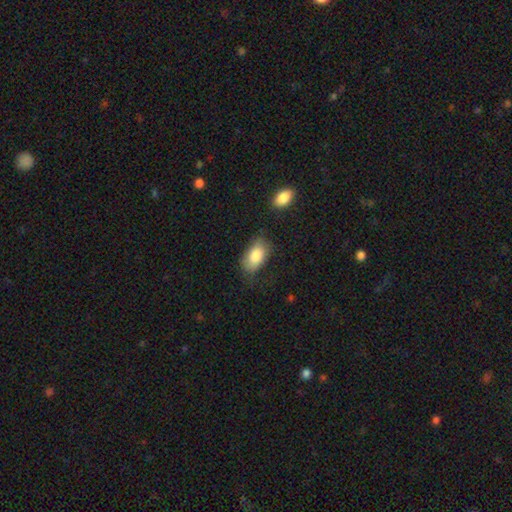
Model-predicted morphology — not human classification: smooth 84%, featured or disk 9%, star or artifact 7%. Down the decision tree: how rounded — in between (92%); merging — none (69%).